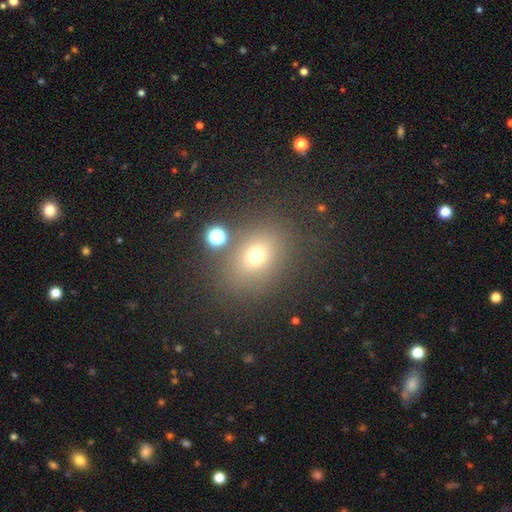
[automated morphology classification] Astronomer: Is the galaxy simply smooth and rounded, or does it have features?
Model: smooth — 68%.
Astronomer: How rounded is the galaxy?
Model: round — 50% (runner-up: in between, 49%).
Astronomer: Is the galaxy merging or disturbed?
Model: none — 75%.